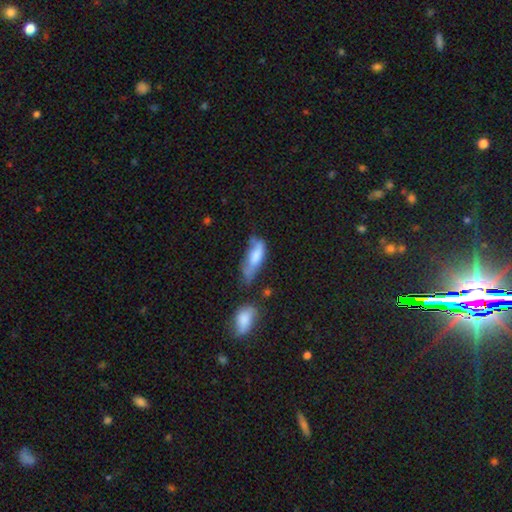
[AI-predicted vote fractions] The model was most divided on "merging": minor disturbance: 34%, none: 30%, major disturbance: 23%, merger: 13%. More confident: smooth or featured — smooth (67%); how rounded — in between (63%).